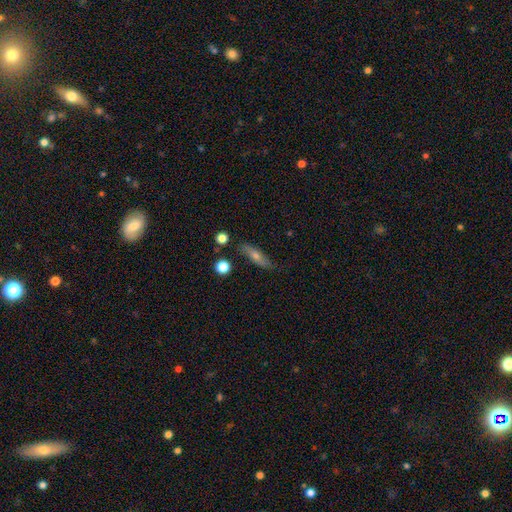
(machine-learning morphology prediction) Smooth or featured?
  - smooth: 50% *
  - featured or disk: 40%
  - star or artifact: 10%
How rounded?
  - cigar-shaped: 67% *
  - in between: 28%
  - round: 5%
Merging?
  - none: 80% *
  - minor disturbance: 14%
  - major disturbance: 3%
  - merger: 3%